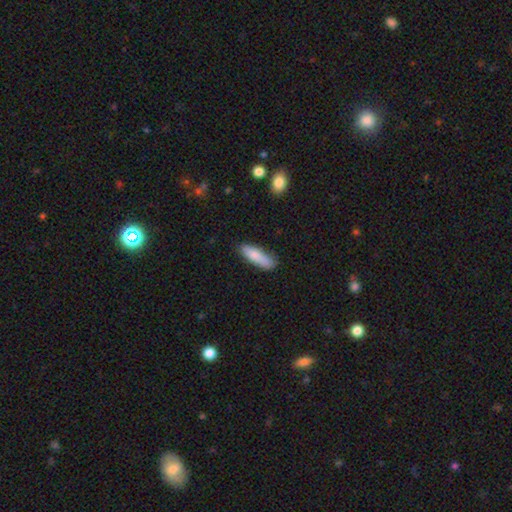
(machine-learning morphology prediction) smooth 83%, featured or disk 11%, star or artifact 6%. Down the decision tree: how rounded — cigar-shaped (56%); merging — none (74%).